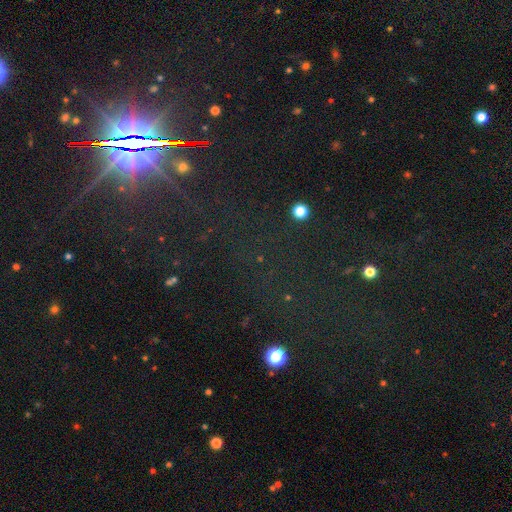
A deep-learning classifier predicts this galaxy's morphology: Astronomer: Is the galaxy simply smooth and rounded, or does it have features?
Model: star or artifact — 80%.